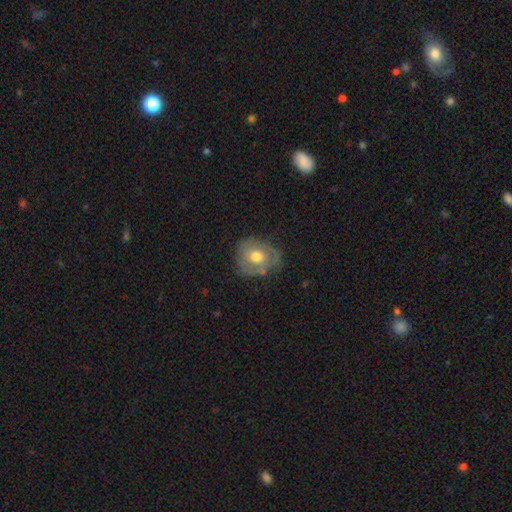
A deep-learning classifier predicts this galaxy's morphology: This is possibly a featured or disk galaxy (48%). Merging: likely none (62%).